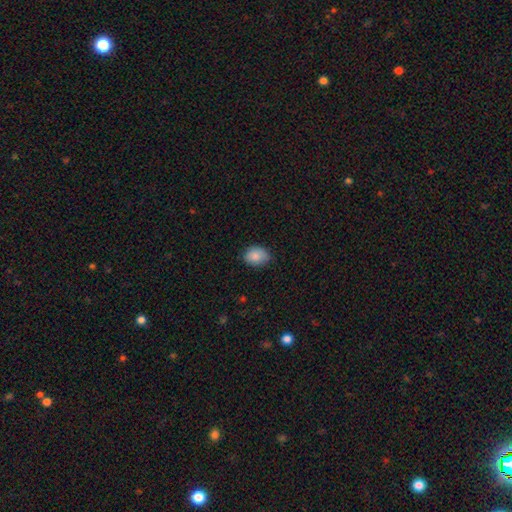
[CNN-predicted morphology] smooth-or-featured: smooth: 87% | star or artifact: 8% | featured or disk: 5%
  how-rounded: in between: 61% | round: 38% | cigar-shaped: 1%
  merging: none: 75% | minor disturbance: 21% | major disturbance: 3% | merger: 1%